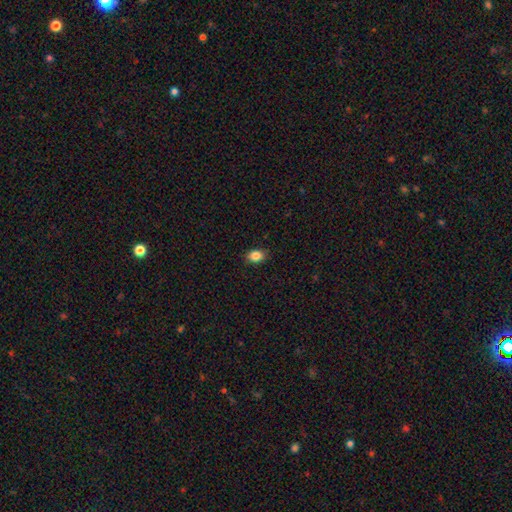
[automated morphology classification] Smooth or featured?
  - smooth: 86% *
  - star or artifact: 9%
  - featured or disk: 5%
How rounded?
  - in between: 72% *
  - round: 27%
  - cigar-shaped: 1%
Merging?
  - none: 89% *
  - minor disturbance: 9%
  - major disturbance: 2%
  - merger: 1%